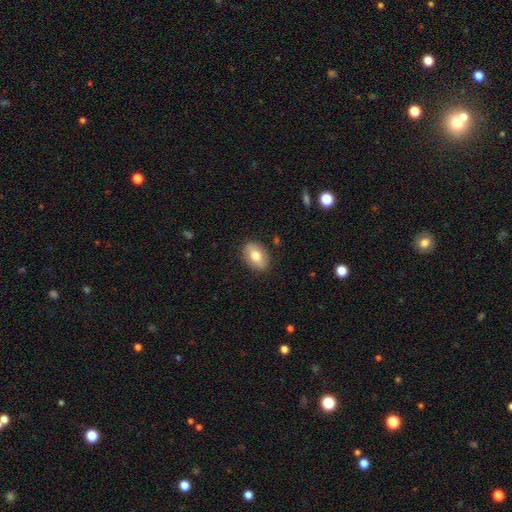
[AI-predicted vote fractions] Morphology: type=smooth (69%); roundness=in between (82%); merging=none (86%).